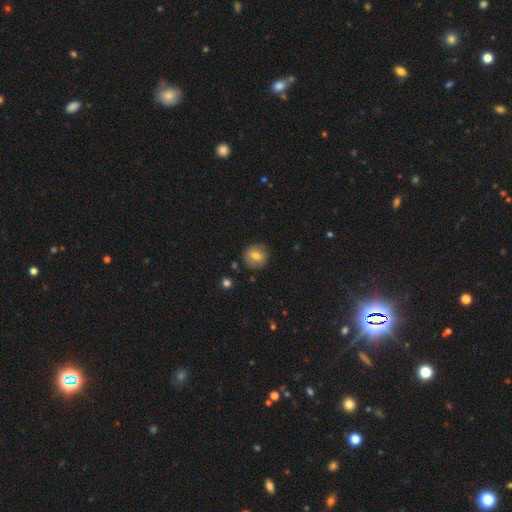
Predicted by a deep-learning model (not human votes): Morphology: type=smooth (74%); roundness=round (90%); merging=none (87%).